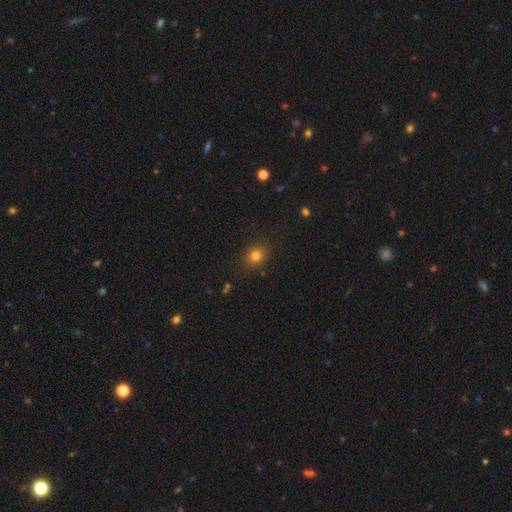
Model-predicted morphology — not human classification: type=smooth (79%); roundness=round (65%); merging=none (86%).